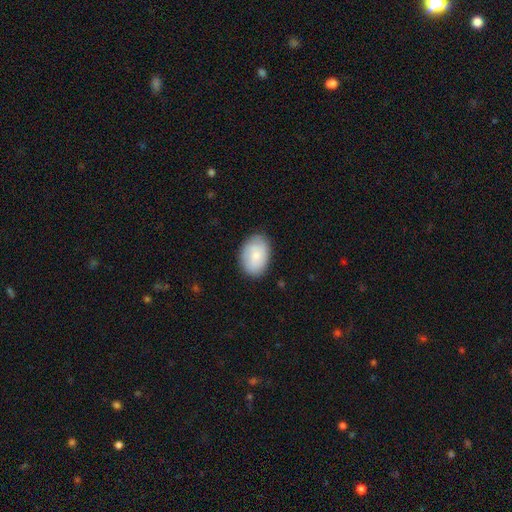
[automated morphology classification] A smooth galaxy with no disk features (77%) that is in between round and cigar-shaped (84%). Merging: none (82%).